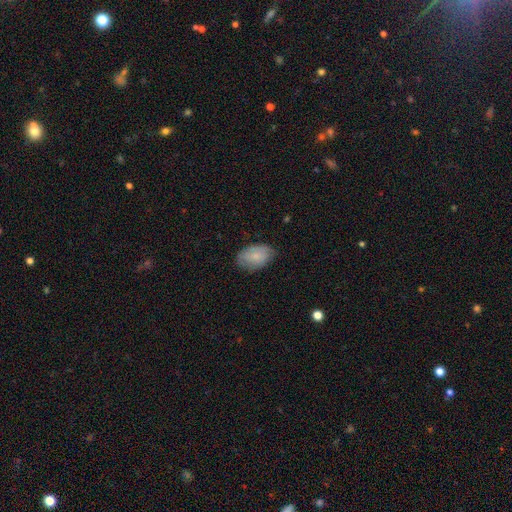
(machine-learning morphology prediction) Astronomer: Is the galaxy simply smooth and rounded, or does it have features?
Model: smooth — 78%.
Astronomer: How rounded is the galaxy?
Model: in between — 90%.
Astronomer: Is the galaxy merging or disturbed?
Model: none — 73%.